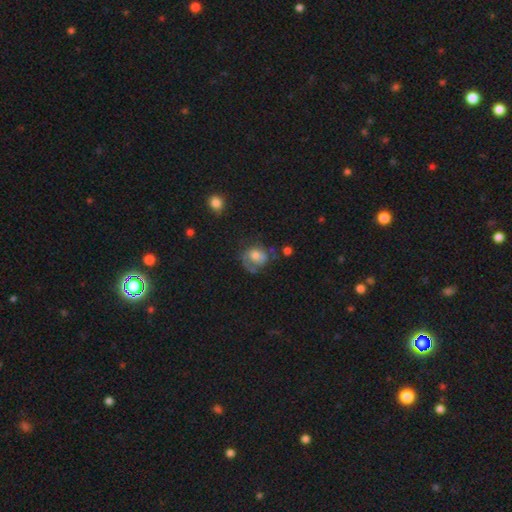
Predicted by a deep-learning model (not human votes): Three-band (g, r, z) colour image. It shows a smooth galaxy with no disk features (52%) that is round (64%). Merging: none (45%).